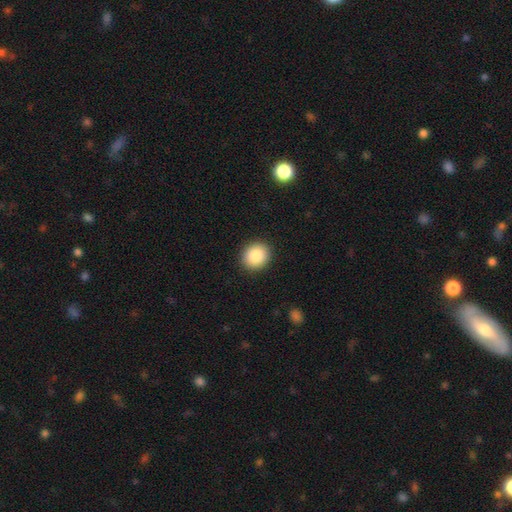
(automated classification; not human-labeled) A smooth galaxy with no disk features (87%) that is round (79%).

Vote fractions:
- Smooth or featured? smooth: 87% / star or artifact: 8% / featured or disk: 5%
- How rounded? round: 79% / in between: 20% / cigar-shaped: 1%
- Merging? none: 92% / minor disturbance: 6% / major disturbance: 2% / merger: 1%